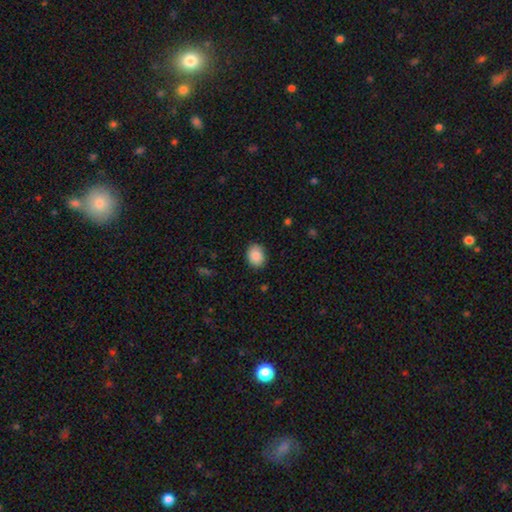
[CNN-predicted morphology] A smooth galaxy with no disk features (89%) that is in between round and cigar-shaped (59%).

Vote fractions:
- Smooth or featured? smooth: 89% / star or artifact: 7% / featured or disk: 4%
- How rounded? in between: 59% / round: 40% / cigar-shaped: 1%
- Merging? none: 87% / minor disturbance: 10% / major disturbance: 2% / merger: 1%